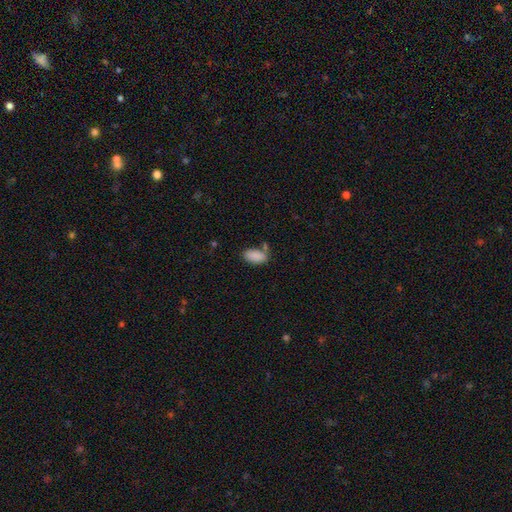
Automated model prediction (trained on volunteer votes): Overall: smooth (88%). How rounded: in between (94%). Merging: none (68%).